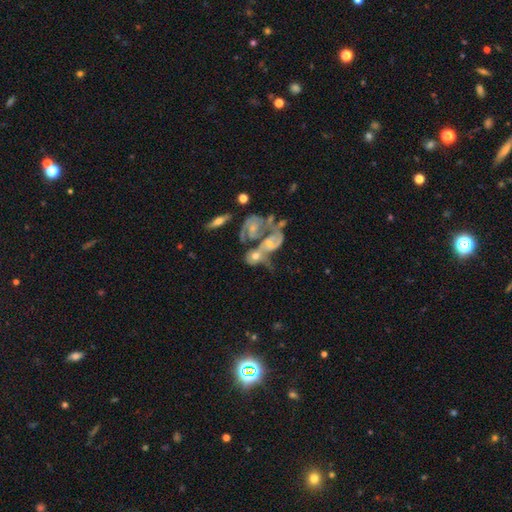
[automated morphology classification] A featured or disk galaxy (64%) with no bar (71%), spiral arms (60%) and a small central bulge (41%).

Vote fractions:
- Smooth or featured? featured or disk: 64% / star or artifact: 20% / smooth: 15%
- Edge-on disk? no: 95% / yes: 5%
- Bar? no: 71% / weak: 21% / strong: 8%
- Spiral arms? yes: 60% / no: 40%
- Bulge size? small: 41% / moderate: 29% / none: 23% / large: 4% / dominant: 2%
- Merging? merger: 50% / none: 22% / major disturbance: 17% / minor disturbance: 10%